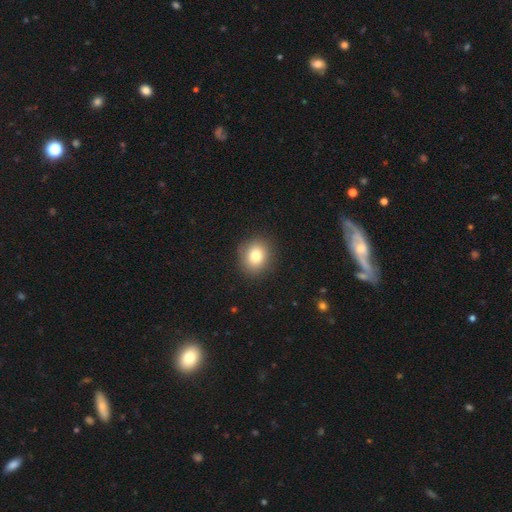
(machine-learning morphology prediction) Overall: smooth (80%). How rounded: round (69%; in between 30%). Merging: none (87%).